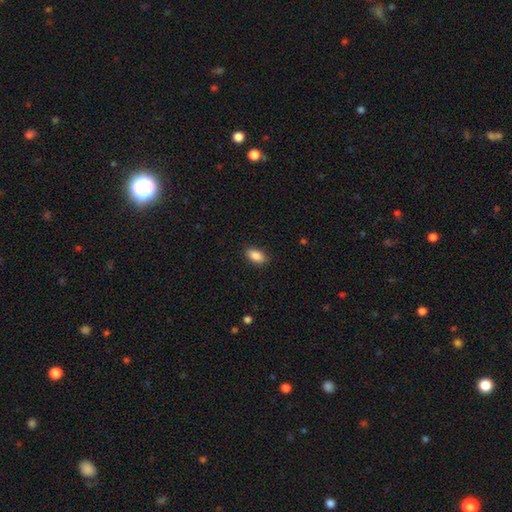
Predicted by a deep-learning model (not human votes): A smooth galaxy with no disk features (88%) that is in between round and cigar-shaped (91%).

Vote fractions:
- Smooth or featured? smooth: 88% / star or artifact: 7% / featured or disk: 4%
- How rounded? in between: 91% / cigar-shaped: 5% / round: 4%
- Merging? none: 87% / minor disturbance: 10% / major disturbance: 2% / merger: 1%